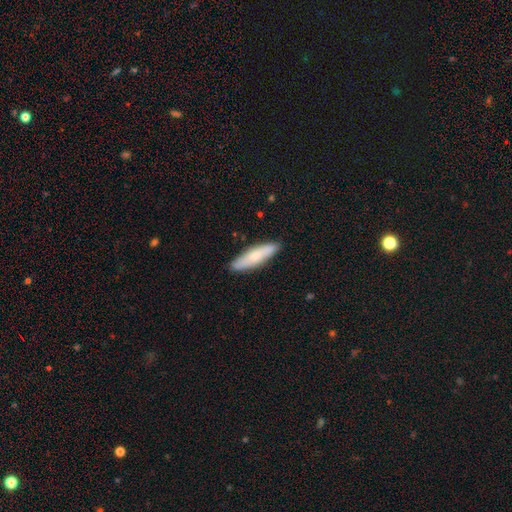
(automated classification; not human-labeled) Overall: smooth (73%). How rounded: cigar-shaped (72%). Merging: none (88%).